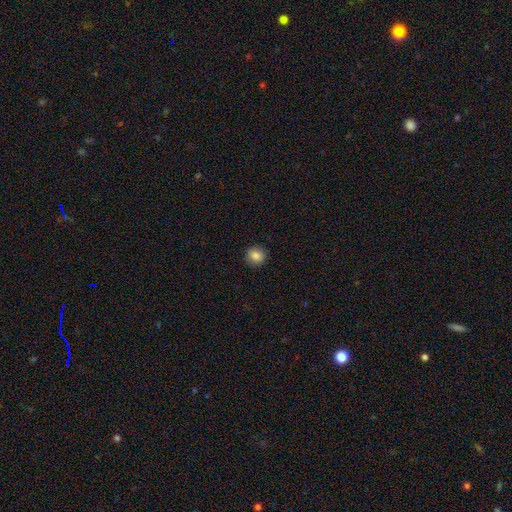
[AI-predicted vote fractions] smooth_or_featured: smooth (p=0.85) [alt: star or artifact p=0.10]
how_rounded: round (p=0.87) [alt: in between p=0.12]
merging: none (p=0.90) [alt: minor disturbance p=0.07]